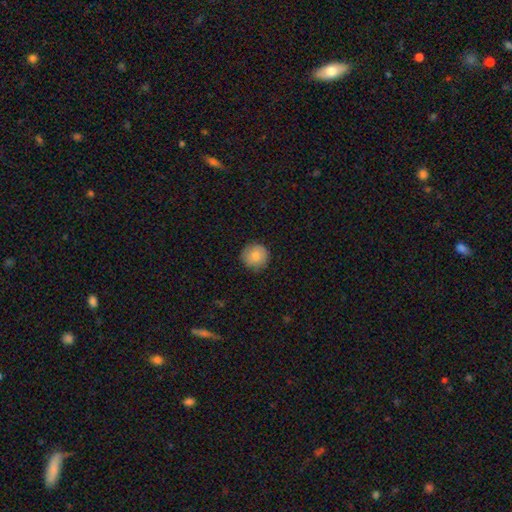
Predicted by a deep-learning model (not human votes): Overall: smooth (79%). How rounded: round (93%). Merging: none (83%).